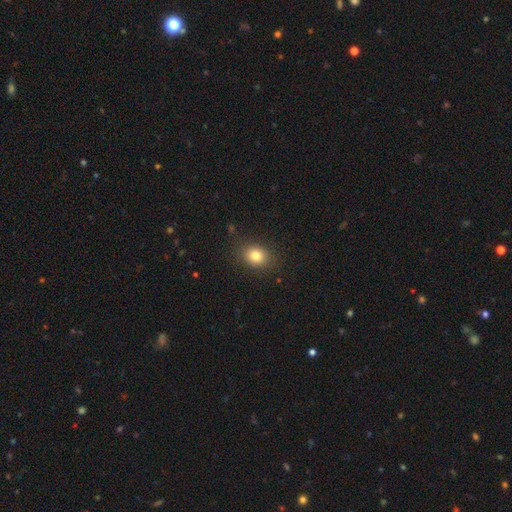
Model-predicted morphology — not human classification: The model was most divided on "how rounded": round: 54%, in between: 45%, cigar-shaped: 1%. More confident: merging — none (87%); smooth or featured — smooth (81%).